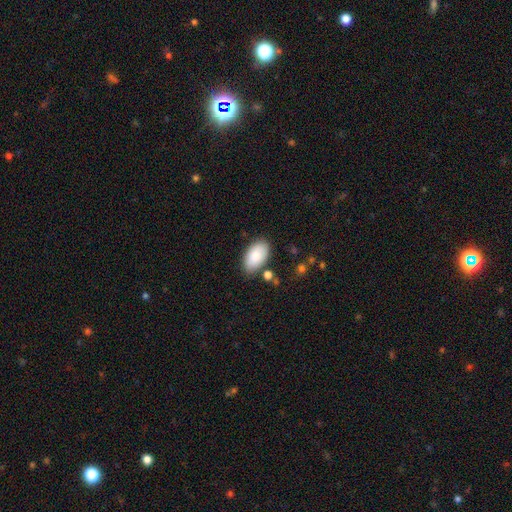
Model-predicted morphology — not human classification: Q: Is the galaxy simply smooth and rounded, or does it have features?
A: smooth — 83%.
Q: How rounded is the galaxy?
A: in between — 95%.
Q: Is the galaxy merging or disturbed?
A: none — 79%.